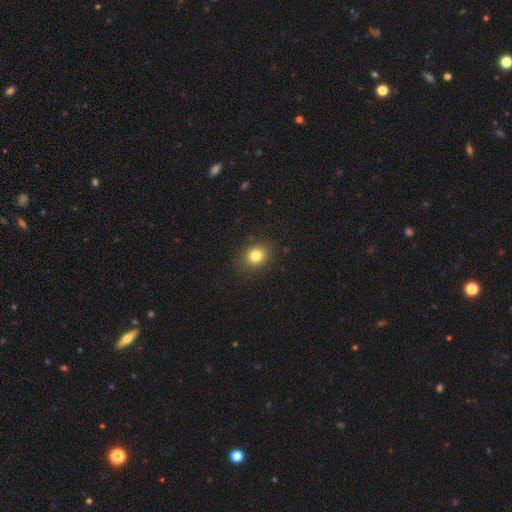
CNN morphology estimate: type=smooth (81%); roundness=round (62%); merging=none (86%).